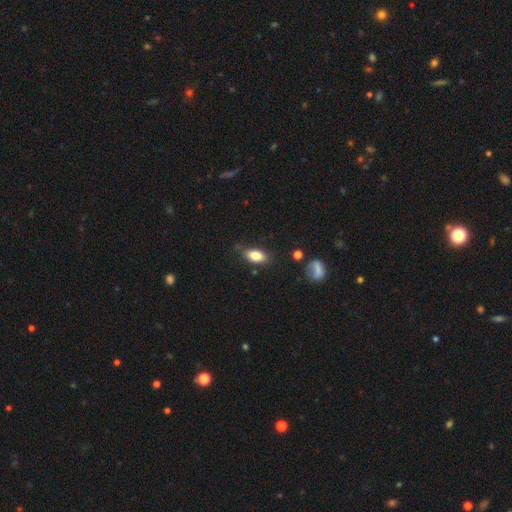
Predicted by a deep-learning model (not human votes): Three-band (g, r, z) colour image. It shows a smooth galaxy with no disk features (83%) that is in between round and cigar-shaped (88%). Merging: none (78%).